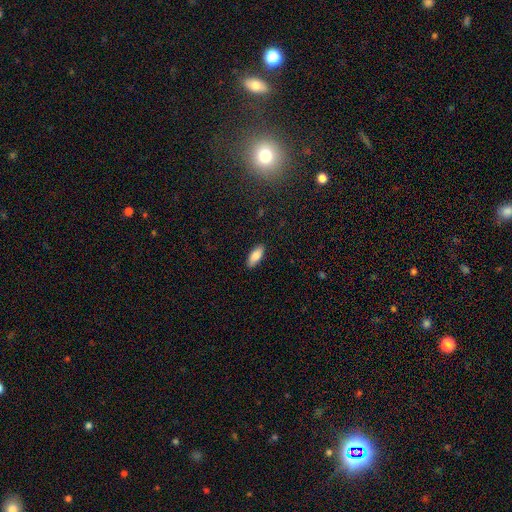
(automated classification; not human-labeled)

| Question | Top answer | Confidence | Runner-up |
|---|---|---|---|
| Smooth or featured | smooth | 84% | featured or disk (9%) |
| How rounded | in between | 80% | cigar-shaped (18%) |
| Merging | none | 88% | minor disturbance (9%) |